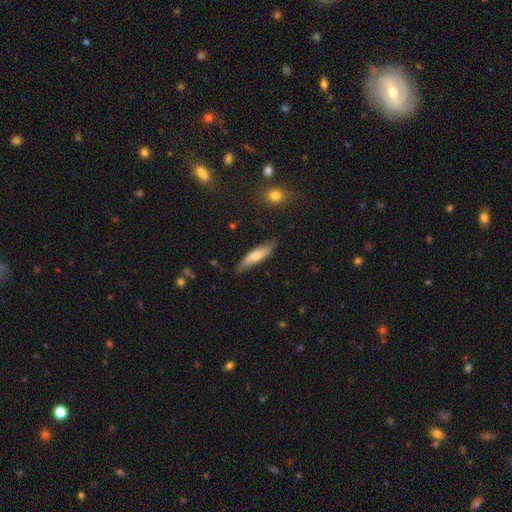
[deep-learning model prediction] A smooth galaxy with no disk features (66%) that is cigar-shaped (71%). Merging: none (79%).